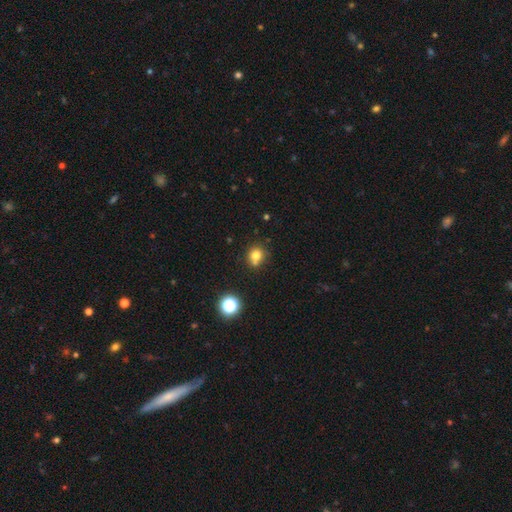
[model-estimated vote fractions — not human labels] A smooth galaxy with no disk features (77%) that is round (83%).

Vote fractions:
- Smooth or featured? smooth: 77% / star or artifact: 14% / featured or disk: 9%
- How rounded? round: 83% / in between: 16% / cigar-shaped: 1%
- Merging? none: 63% / merger: 19% / minor disturbance: 14% / major disturbance: 4%